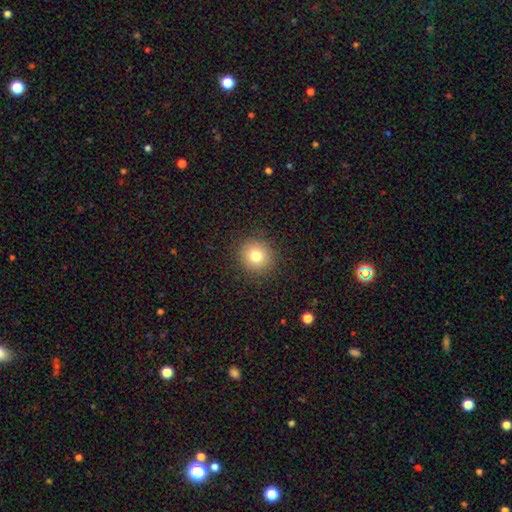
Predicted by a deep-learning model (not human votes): The model was most divided on "smooth or featured": smooth: 79%, star or artifact: 12%, featured or disk: 9%. More confident: how rounded — round (91%); merging — none (90%).